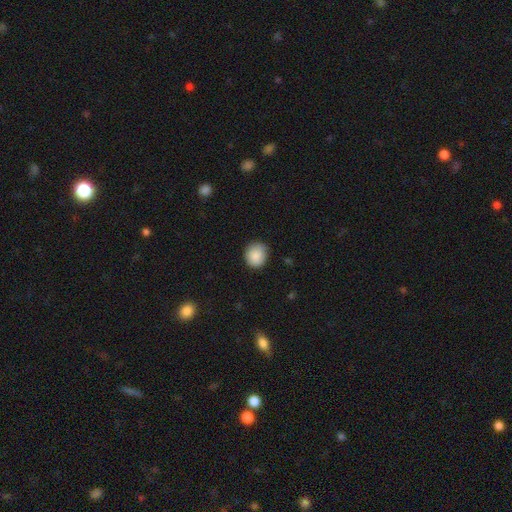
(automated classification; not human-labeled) Smooth or featured? Predicted: smooth (p=0.88). How rounded? Predicted: round (p=0.82). Merging? Predicted: none (p=0.82).